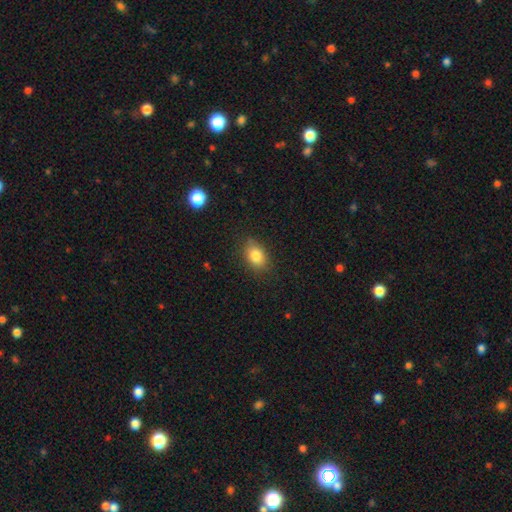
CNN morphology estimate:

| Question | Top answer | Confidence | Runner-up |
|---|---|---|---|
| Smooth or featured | smooth | 83% | star or artifact (9%) |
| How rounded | in between | 80% | round (18%) |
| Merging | none | 80% | minor disturbance (15%) |